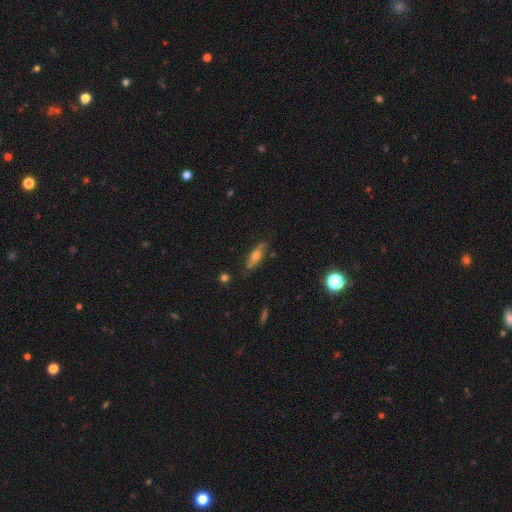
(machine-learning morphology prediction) type=featured or disk (49%); merging=none (79%).